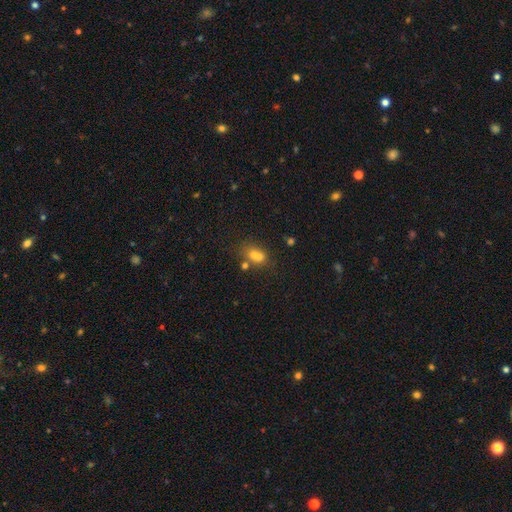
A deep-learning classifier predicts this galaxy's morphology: A smooth galaxy with no disk features (67%) that is in between round and cigar-shaped (60%). Merging: merger (44%).